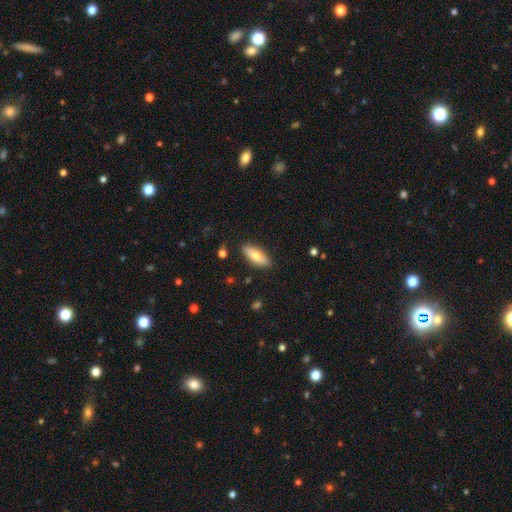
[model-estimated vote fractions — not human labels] Morphology: type=smooth (72%); roundness=in between (69%); merging=none (86%).